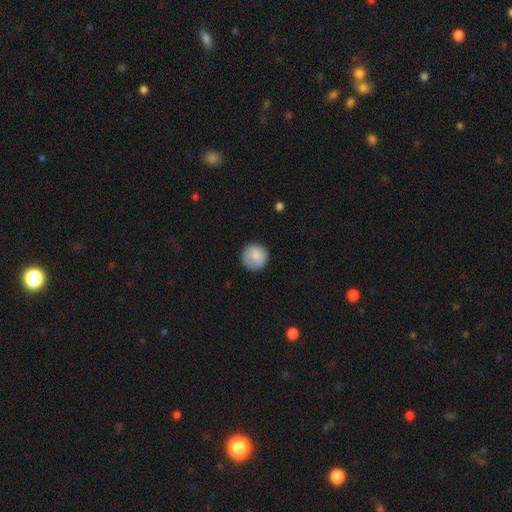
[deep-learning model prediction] A smooth galaxy with no disk features (86%) that is round (94%). Merging: none (84%).